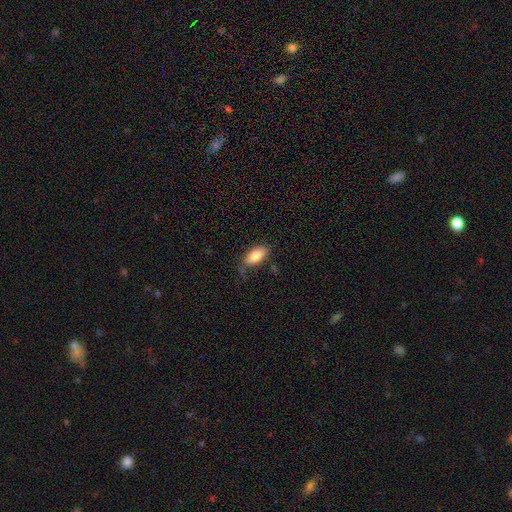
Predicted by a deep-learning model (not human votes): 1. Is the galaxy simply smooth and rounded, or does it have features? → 82% smooth, 11% featured or disk, 7% star or artifact.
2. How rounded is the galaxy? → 90% in between, 7% cigar-shaped, 3% round.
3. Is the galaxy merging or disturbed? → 75% none, 18% minor disturbance, 4% major disturbance, 2% merger.